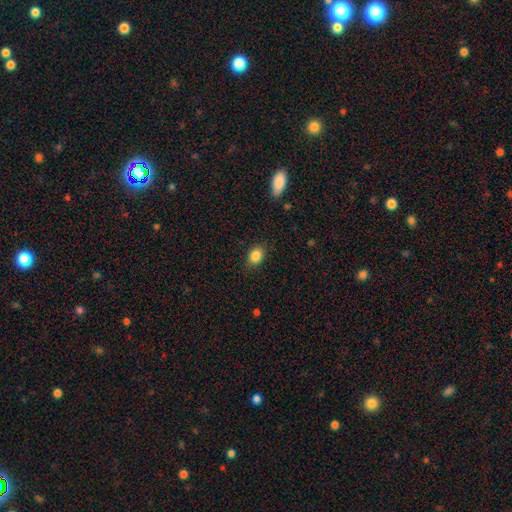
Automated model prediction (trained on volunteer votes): A smooth galaxy with no disk features (86%) that is in between round and cigar-shaped (69%).

Vote fractions:
- Smooth or featured? smooth: 86% / star or artifact: 9% / featured or disk: 5%
- How rounded? in between: 69% / round: 30% / cigar-shaped: 1%
- Merging? none: 83% / minor disturbance: 13% / major disturbance: 3% / merger: 1%